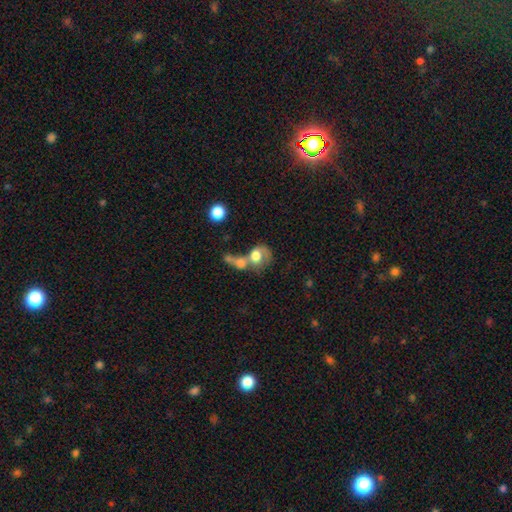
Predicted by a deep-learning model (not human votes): A smooth galaxy with no disk features (58%) that is round (54%).

Vote fractions:
- Smooth or featured? smooth: 58% / featured or disk: 33% / star or artifact: 9%
- How rounded? round: 54% / in between: 44% / cigar-shaped: 2%
- Merging? merger: 66% / none: 14% / major disturbance: 13% / minor disturbance: 7%